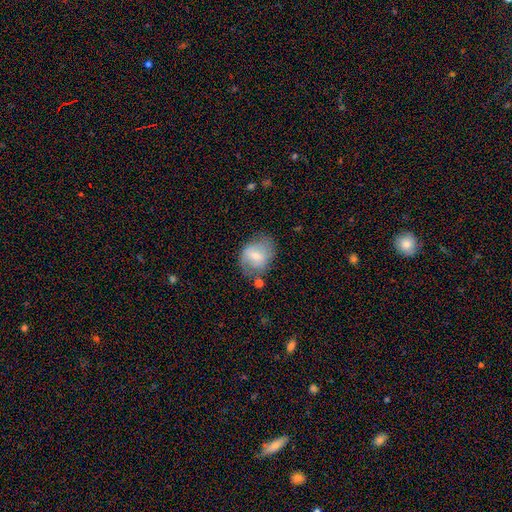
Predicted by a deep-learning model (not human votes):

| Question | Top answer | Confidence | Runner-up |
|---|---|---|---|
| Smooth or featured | smooth | 52% | featured or disk (40%) |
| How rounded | in between | 58% | round (41%) |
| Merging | none | 58% | minor disturbance (26%) |